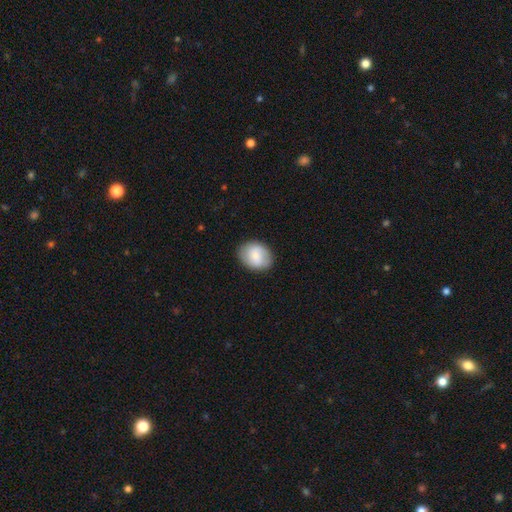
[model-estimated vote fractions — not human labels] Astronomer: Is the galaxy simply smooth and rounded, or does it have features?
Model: smooth — 66%.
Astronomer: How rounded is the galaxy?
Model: in between — 54% (runner-up: round, 45%).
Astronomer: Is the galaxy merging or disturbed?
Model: none — 86%.